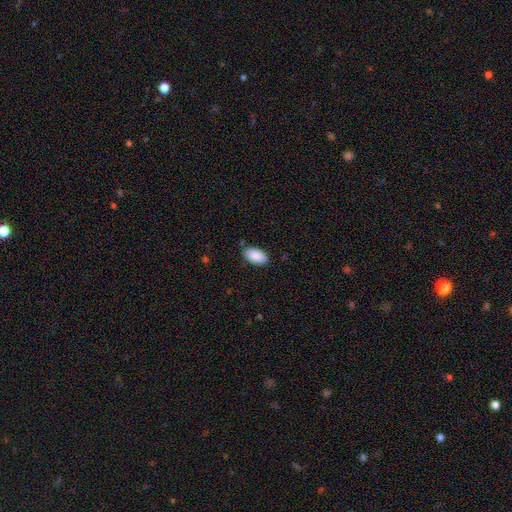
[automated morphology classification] A smooth galaxy with no disk features (89%) that is in between round and cigar-shaped (95%). Merging: none (85%).